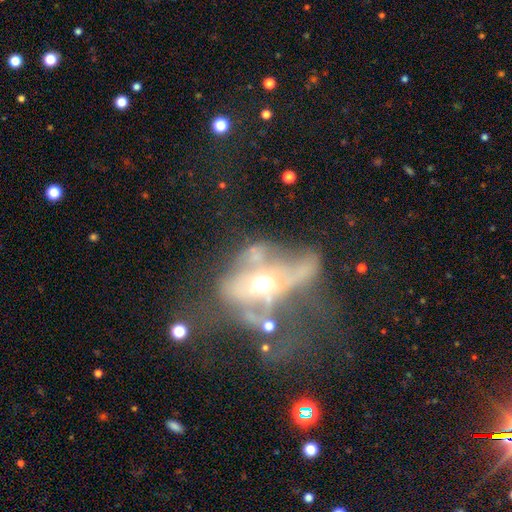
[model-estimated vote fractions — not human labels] A featured or disk galaxy (61%) with no bar (71%), no spiral arms (68%) and a moderate central bulge (65%). Merging: major disturbance (46%).